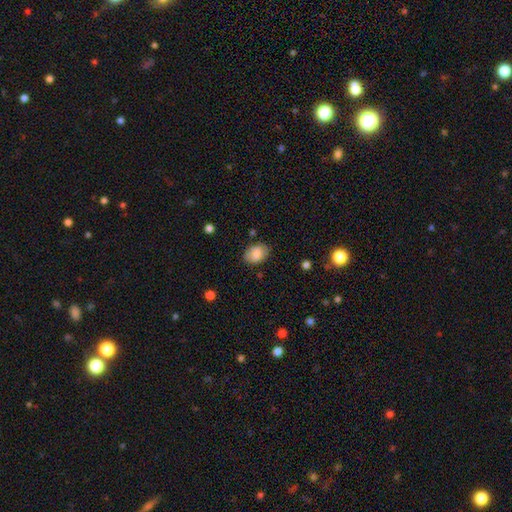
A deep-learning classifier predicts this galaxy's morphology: A smooth galaxy with no disk features (81%) that is in between round and cigar-shaped (79%).

Vote fractions:
- Smooth or featured? smooth: 81% / featured or disk: 11% / star or artifact: 8%
- How rounded? in between: 79% / round: 19% / cigar-shaped: 1%
- Merging? none: 80% / minor disturbance: 15% / major disturbance: 4% / merger: 2%